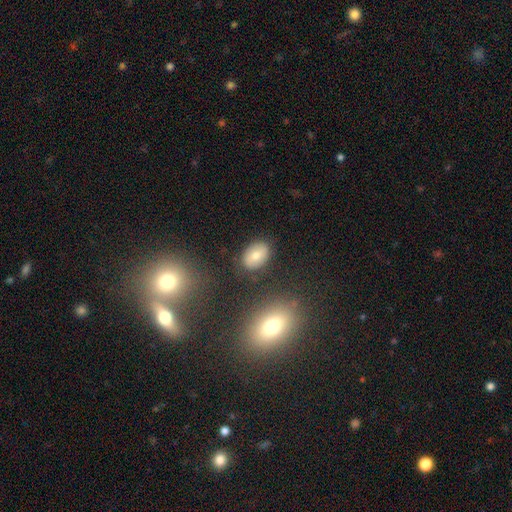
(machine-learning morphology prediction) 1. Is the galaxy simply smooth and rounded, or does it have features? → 72% smooth, 17% featured or disk, 10% star or artifact.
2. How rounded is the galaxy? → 81% in between, 18% round, 1% cigar-shaped.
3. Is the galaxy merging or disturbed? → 83% none, 11% minor disturbance, 3% major disturbance, 3% merger.